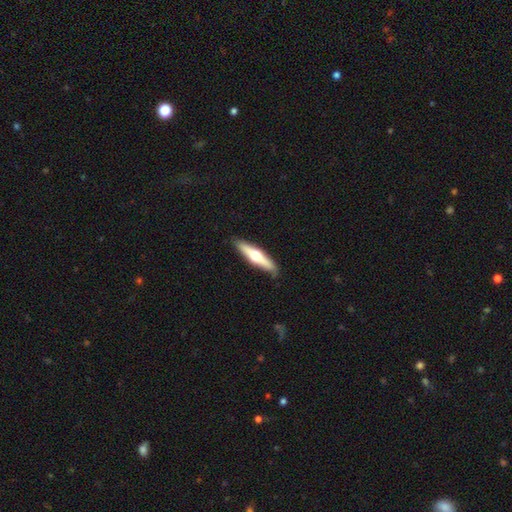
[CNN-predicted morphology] The model was most divided on "smooth or featured": featured or disk: 55%, smooth: 41%, star or artifact: 5%. More confident: edge-on bulge — rounded (94%); edge-on disk — yes (93%); merging — none (87%).